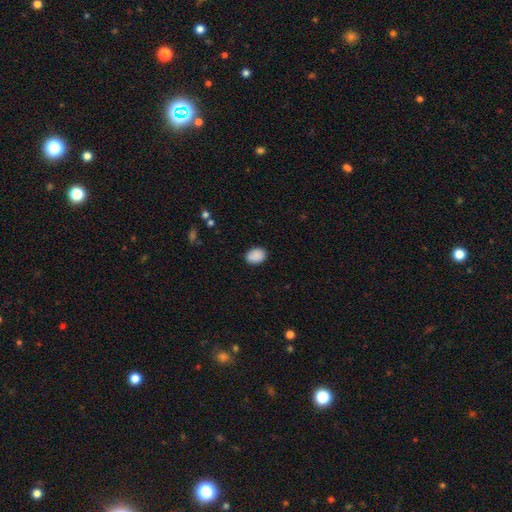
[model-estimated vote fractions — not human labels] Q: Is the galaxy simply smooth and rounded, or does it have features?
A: smooth — 90%.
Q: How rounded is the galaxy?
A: in between — 71%.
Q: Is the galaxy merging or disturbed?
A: none — 87%.